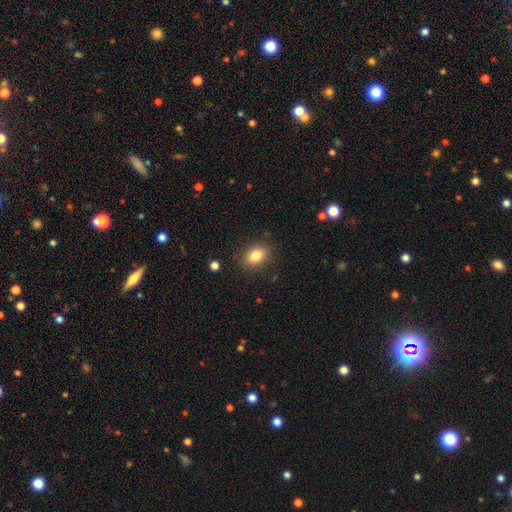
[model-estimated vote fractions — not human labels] Smooth or featured? smooth (84%)
How rounded? in between (77%)
Merging? none (86%)